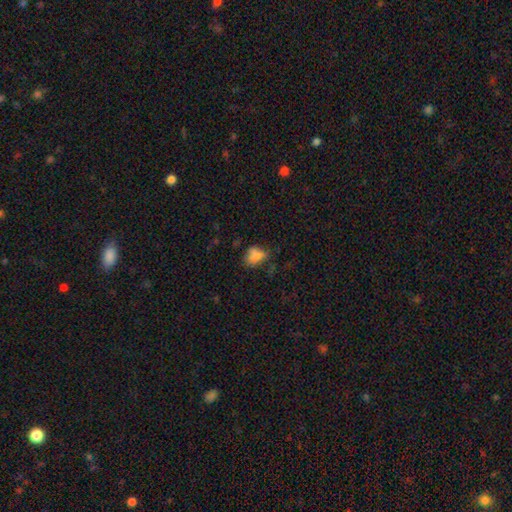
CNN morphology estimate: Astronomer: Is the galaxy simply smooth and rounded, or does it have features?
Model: smooth — 74%.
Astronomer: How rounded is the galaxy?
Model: in between — 74%.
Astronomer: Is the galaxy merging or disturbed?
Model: none — 44% (runner-up: minor disturbance, 28%).